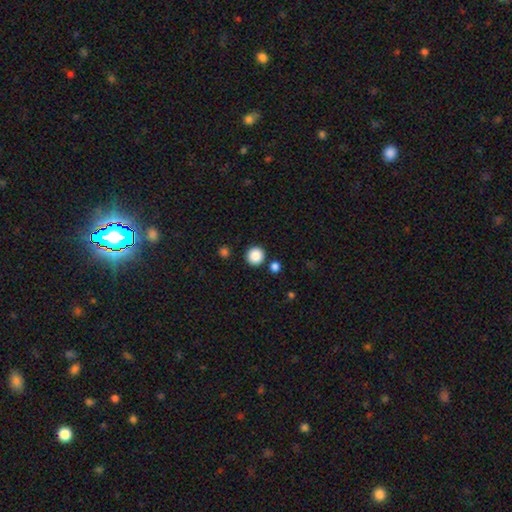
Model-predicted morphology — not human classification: A smooth galaxy with no disk features (88%) that is round (94%).

Vote fractions:
- Smooth or featured? smooth: 88% / star or artifact: 9% / featured or disk: 3%
- How rounded? round: 94% / in between: 5% / cigar-shaped: 1%
- Merging? none: 88% / minor disturbance: 5% / merger: 4% / major disturbance: 2%